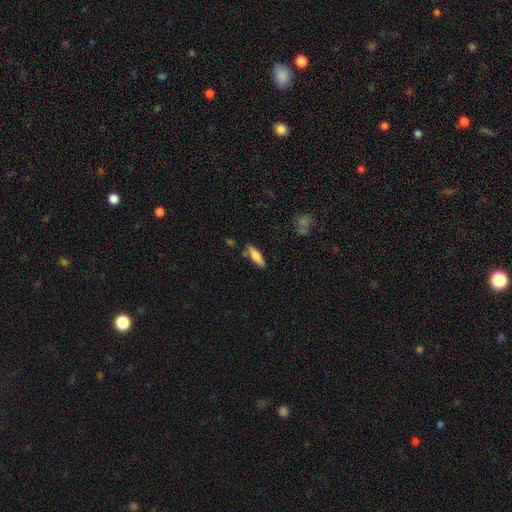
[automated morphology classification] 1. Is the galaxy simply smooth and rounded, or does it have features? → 74% smooth, 20% featured or disk, 7% star or artifact.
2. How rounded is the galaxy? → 53% cigar-shaped, 45% in between, 2% round.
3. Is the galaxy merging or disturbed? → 72% none, 17% minor disturbance, 7% merger, 4% major disturbance.